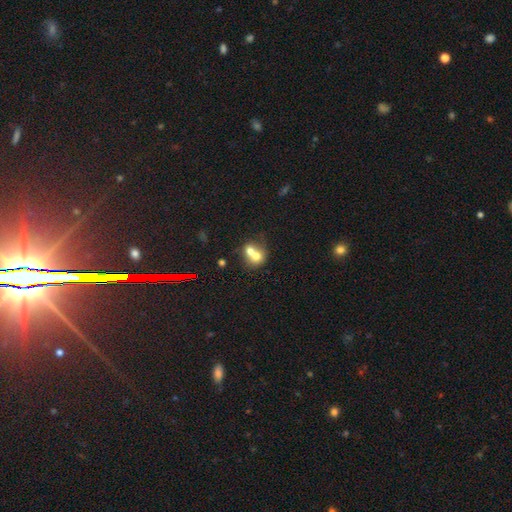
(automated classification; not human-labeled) This is likely a smooth galaxy (67%). How rounded: likely round (68%). Merging: likely merger (71%).